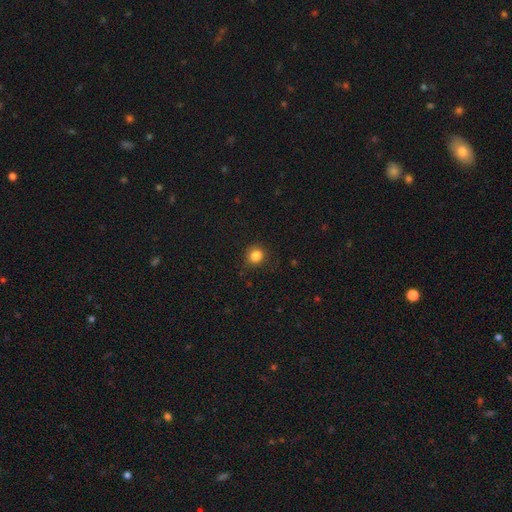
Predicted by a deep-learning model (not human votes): smooth_or_featured: smooth (p=0.84) [alt: star or artifact p=0.11]
how_rounded: round (p=0.80) [alt: in between p=0.19]
merging: none (p=0.84) [alt: minor disturbance p=0.12]